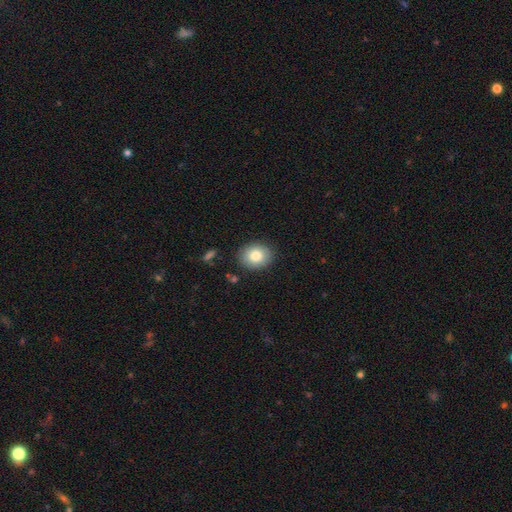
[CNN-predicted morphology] smooth_or_featured: smooth (p=0.81) [alt: featured or disk p=0.10]
how_rounded: round (p=0.55) [alt: in between p=0.45]
merging: none (p=0.87) [alt: minor disturbance p=0.09]